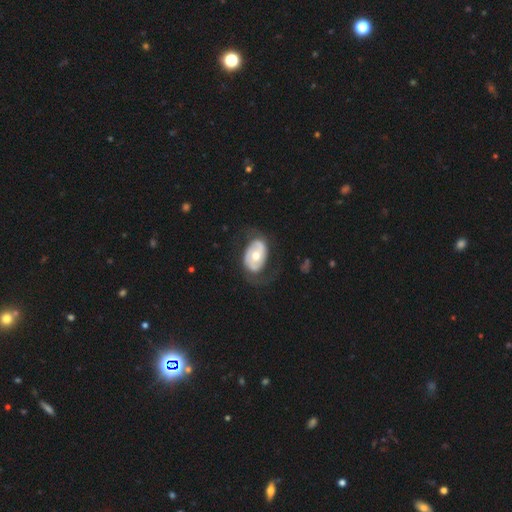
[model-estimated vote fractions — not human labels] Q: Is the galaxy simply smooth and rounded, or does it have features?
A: featured or disk — 66%.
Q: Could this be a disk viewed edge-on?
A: no — 95%.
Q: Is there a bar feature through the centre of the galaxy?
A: no — 65%.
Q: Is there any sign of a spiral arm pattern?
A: yes — 59%.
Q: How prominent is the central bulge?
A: moderate — 75%.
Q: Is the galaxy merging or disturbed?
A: none — 60%.